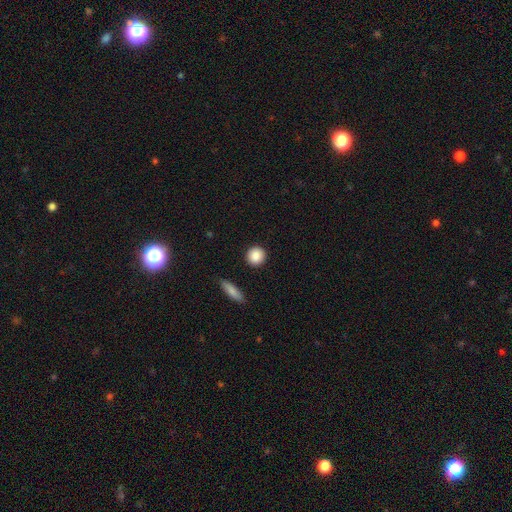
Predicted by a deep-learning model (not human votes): Overall: smooth (88%). How rounded: round (90%). Merging: none (90%).